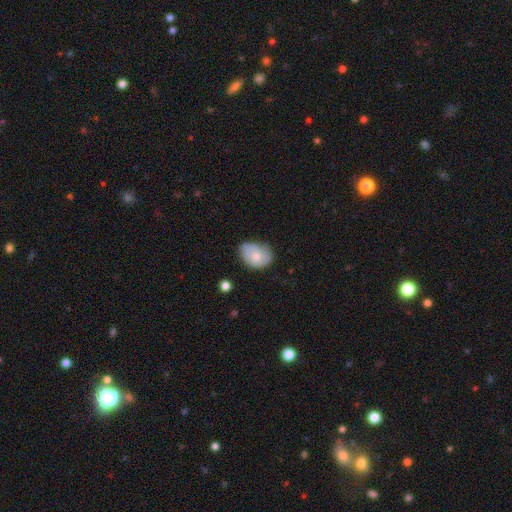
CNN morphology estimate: Smooth or featured: smooth — 63% (featured or disk — 29%)
How rounded: in between — 66% (round — 33%)
Merging: none — 55% (minor disturbance — 33%)